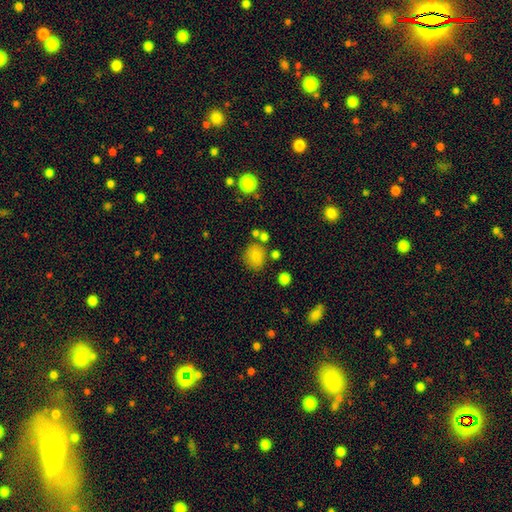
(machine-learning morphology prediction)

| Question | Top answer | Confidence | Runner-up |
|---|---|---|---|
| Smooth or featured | smooth | 79% | star or artifact (12%) |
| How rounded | round | 65% | in between (34%) |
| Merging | none | 69% | minor disturbance (15%) |